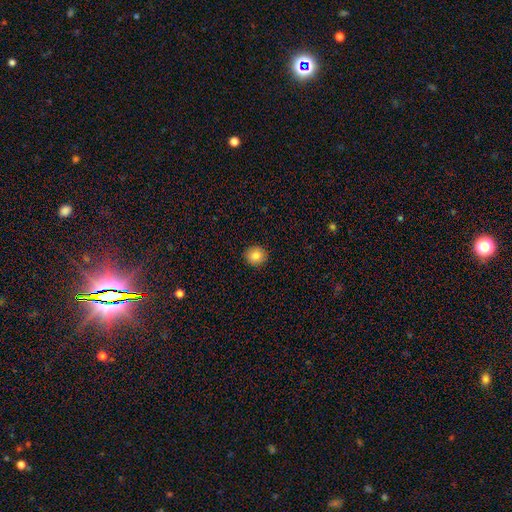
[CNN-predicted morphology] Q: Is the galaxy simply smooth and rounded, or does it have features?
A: smooth — 85%.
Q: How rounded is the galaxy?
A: round — 89%.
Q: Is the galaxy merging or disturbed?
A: none — 92%.